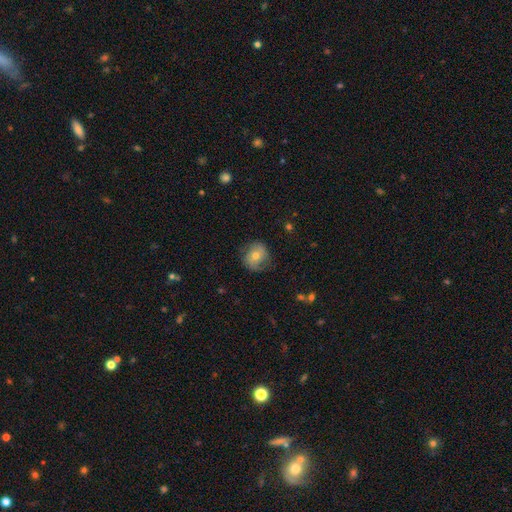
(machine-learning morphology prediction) smooth-or-featured: smooth: 54% | featured or disk: 37% | star or artifact: 9%
  how-rounded: round: 75% | in between: 24% | cigar-shaped: 1%
  merging: none: 67% | minor disturbance: 23% | major disturbance: 9% | merger: 1%